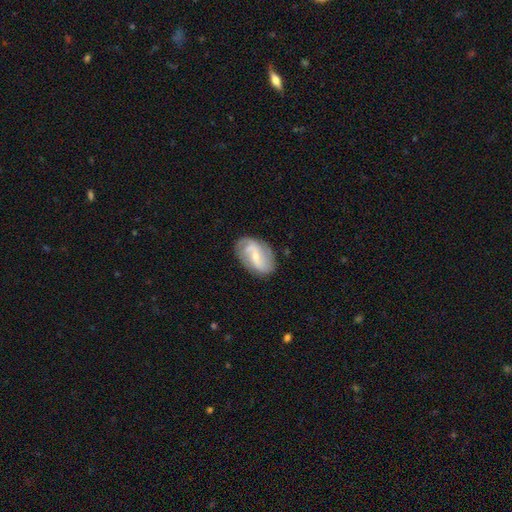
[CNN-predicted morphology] A featured or disk galaxy (74%) with a weak bar (49%), 2 (73%) loose (45%) spiral arms (91%) and a small central bulge (62%). Merging: none (76%).